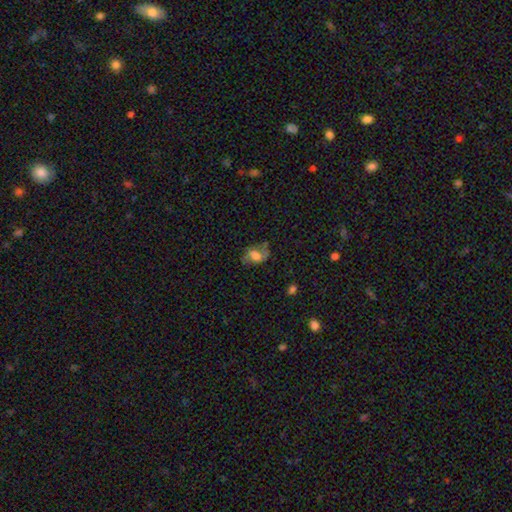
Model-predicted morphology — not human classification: smooth-or-featured: featured or disk: 46% | smooth: 44% | star or artifact: 11%
  merging: none: 56% | minor disturbance: 25% | major disturbance: 17% | merger: 3%